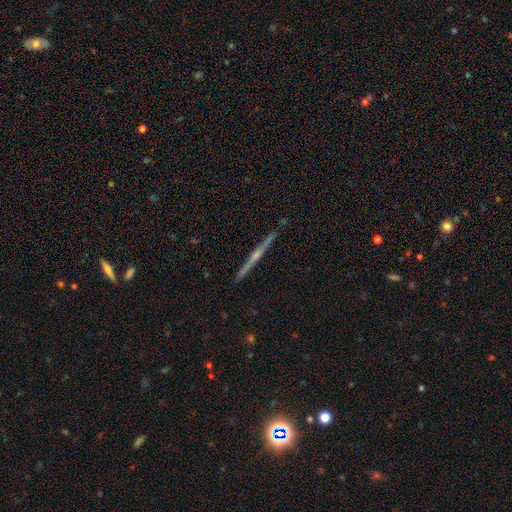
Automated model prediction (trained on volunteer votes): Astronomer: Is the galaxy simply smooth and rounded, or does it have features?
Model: featured or disk — 85%.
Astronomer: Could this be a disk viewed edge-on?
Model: yes — 99%.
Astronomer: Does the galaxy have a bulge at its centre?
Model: rounded — 83%.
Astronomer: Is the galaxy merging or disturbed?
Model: none — 93%.